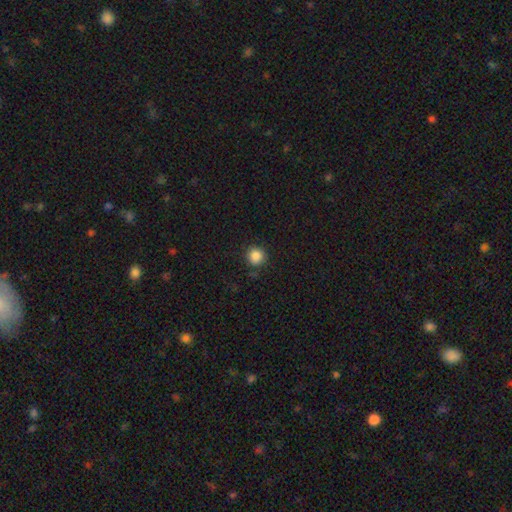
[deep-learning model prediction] Smooth or featured? Predicted: smooth (p=0.86). How rounded? Predicted: round (p=0.93). Merging? Predicted: none (p=0.87).